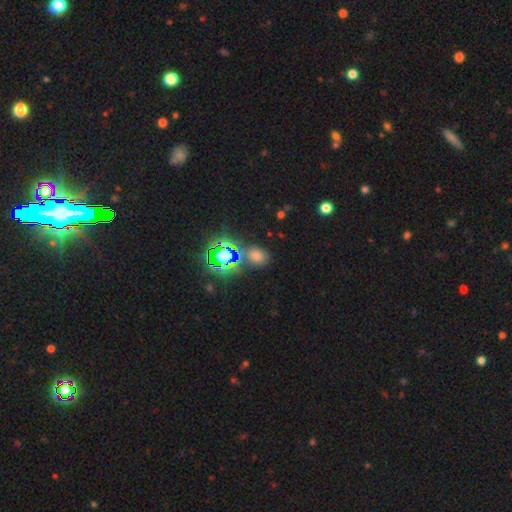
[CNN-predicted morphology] type=smooth (53%); roundness=in between (58%); merging=none (74%).